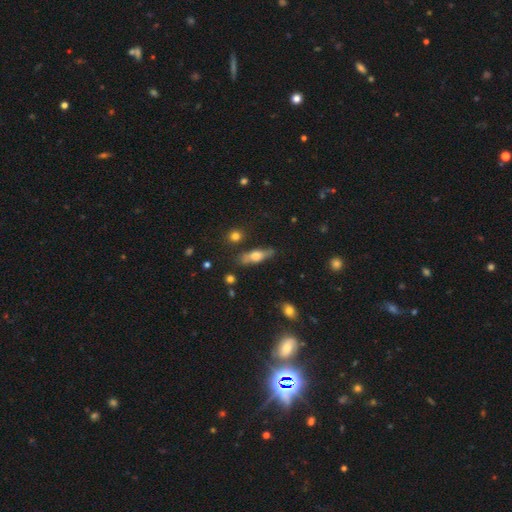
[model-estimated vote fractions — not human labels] Smooth or featured?
  - smooth: 54% *
  - featured or disk: 38%
  - star or artifact: 8%
How rounded?
  - cigar-shaped: 52% *
  - in between: 43%
  - round: 4%
Merging?
  - none: 76% *
  - minor disturbance: 16%
  - major disturbance: 5%
  - merger: 3%